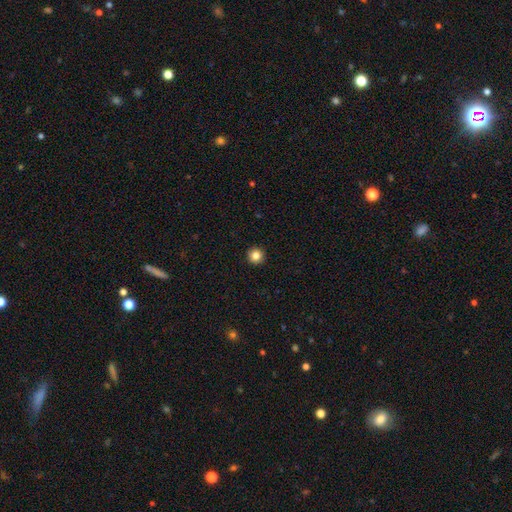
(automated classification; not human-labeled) This appears to be a smooth galaxy with no disk features (84%) that is round (96%). Merging: none (94%).